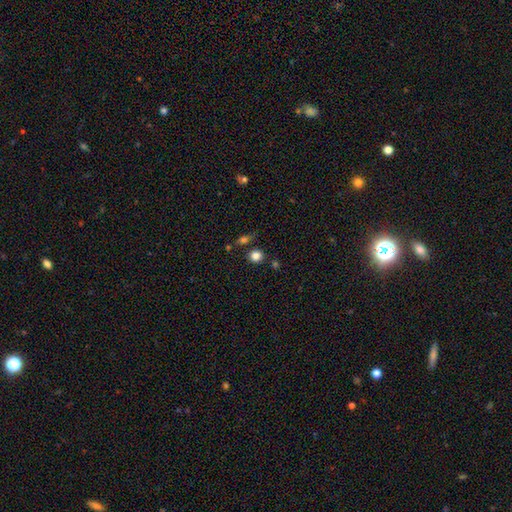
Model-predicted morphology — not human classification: Q: Smooth or featured?
A: smooth (83%); runner-up: star or artifact (12%)
Q: How rounded?
A: round (85%); runner-up: in between (14%)
Q: Merging?
A: none (80%); runner-up: minor disturbance (9%)